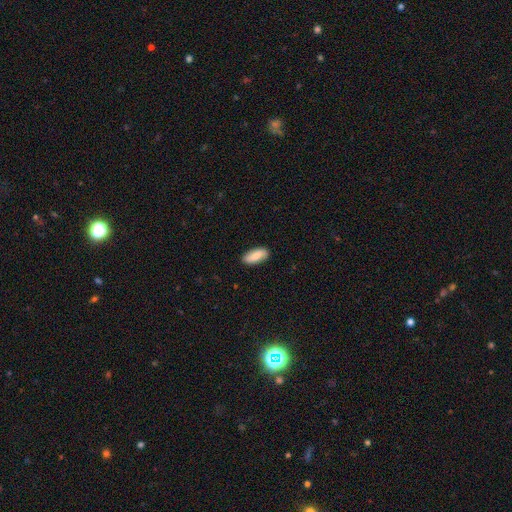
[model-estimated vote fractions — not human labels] smooth-or-featured: smooth: 84% | featured or disk: 10% | star or artifact: 6%
  how-rounded: in between: 82% | cigar-shaped: 16% | round: 2%
  merging: none: 87% | minor disturbance: 10% | major disturbance: 2% | merger: 1%